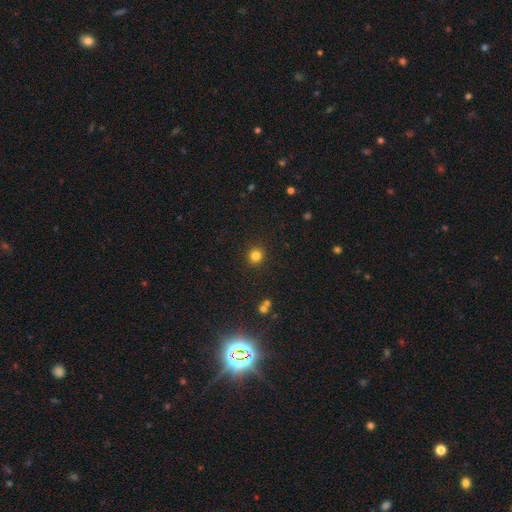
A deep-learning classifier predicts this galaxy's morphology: Smooth or featured? Predicted: smooth (p=0.82). How rounded? Predicted: round (p=0.89). Merging? Predicted: none (p=0.91).